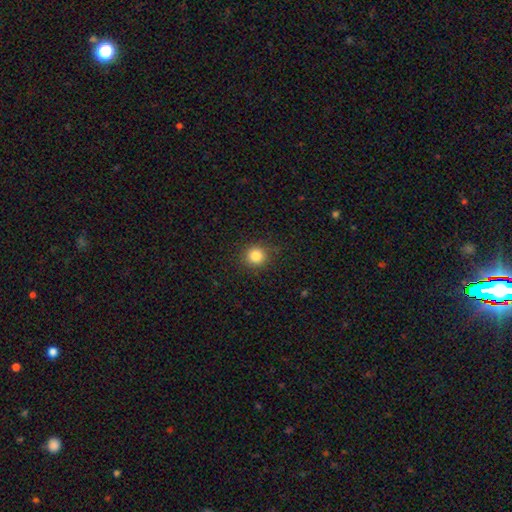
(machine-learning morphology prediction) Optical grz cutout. It shows a smooth galaxy with no disk features (83%) that is round (91%). Merging: none (89%).